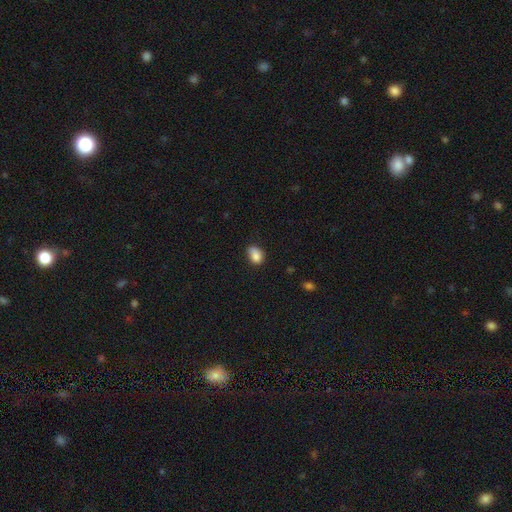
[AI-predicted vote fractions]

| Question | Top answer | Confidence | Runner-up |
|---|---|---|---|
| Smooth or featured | smooth | 83% | star or artifact (9%) |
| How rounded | in between | 73% | round (26%) |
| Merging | none | 53% | minor disturbance (35%) |